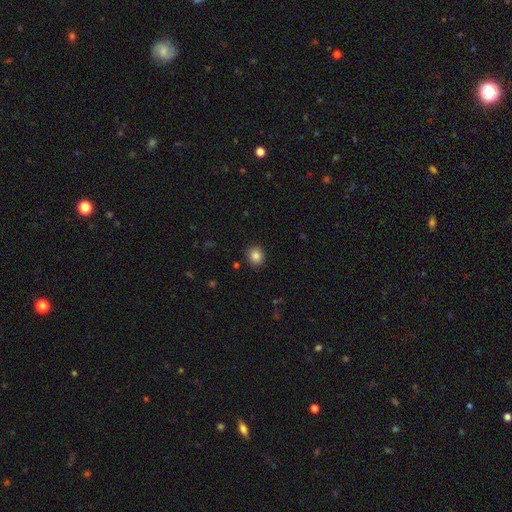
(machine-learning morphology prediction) Q: Smooth or featured?
A: smooth (85%); runner-up: star or artifact (10%)
Q: How rounded?
A: round (81%); runner-up: in between (18%)
Q: Merging?
A: none (90%); runner-up: minor disturbance (7%)